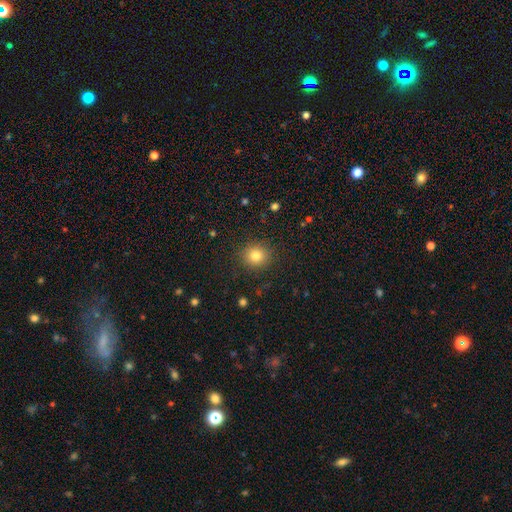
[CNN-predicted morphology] Q: Smooth or featured?
A: smooth (81%); runner-up: star or artifact (12%)
Q: How rounded?
A: round (86%); runner-up: in between (13%)
Q: Merging?
A: none (89%); runner-up: minor disturbance (8%)